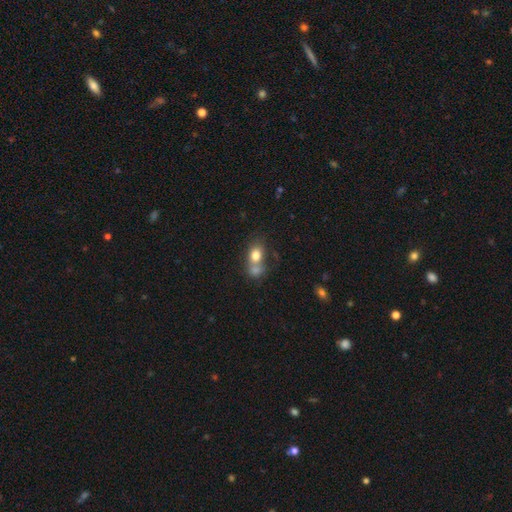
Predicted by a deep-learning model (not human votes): A smooth galaxy with no disk features (77%) that is in between round and cigar-shaped (56%).

Vote fractions:
- Smooth or featured? smooth: 77% / featured or disk: 14% / star or artifact: 10%
- How rounded? in between: 56% / round: 42% / cigar-shaped: 2%
- Merging? merger: 56% / none: 29% / minor disturbance: 10% / major disturbance: 5%